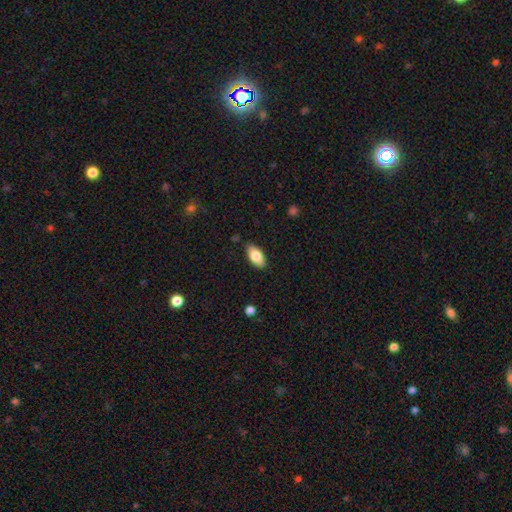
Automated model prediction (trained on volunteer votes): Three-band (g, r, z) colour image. It shows a smooth galaxy with no disk features (81%) that is in between round and cigar-shaped (92%). Merging: none (86%).